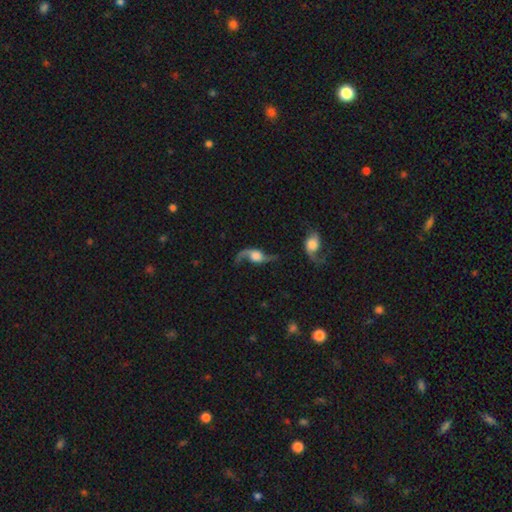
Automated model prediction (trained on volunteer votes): A featured or disk galaxy (83%) with no bar (64%), 2 (88%) loose (87%) spiral arms (95%) and a large central bulge (44%).

Vote fractions:
- Smooth or featured? featured or disk: 83% / smooth: 11% / star or artifact: 6%
- Edge-on disk? no: 92% / yes: 8%
- Bar? no: 64% / weak: 28% / strong: 8%
- Spiral arms? yes: 95% / no: 5%
- Spiral winding? loose: 87% / medium: 10% / tight: 3%
- Spiral arm count? 2: 88% / 1: 8% / can't tell: 2% / 3: 1% / 4: 1% / more than 4: 1%
- Bulge size? large: 44% / moderate: 26% / small: 10% / dominant: 10% / none: 10%
- Merging? none: 57% / major disturbance: 18% / minor disturbance: 17% / merger: 8%